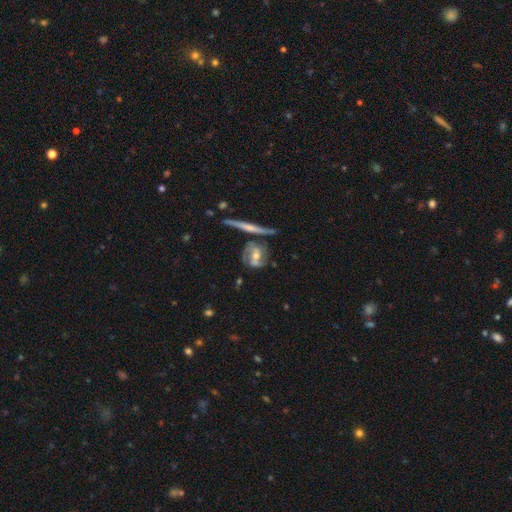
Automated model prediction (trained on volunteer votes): smooth_or_featured: featured or disk (p=0.77) [alt: smooth p=0.16]
disk_edge_on: no (p=0.85) [alt: yes p=0.15]
bar: no (p=0.44) [alt: weak p=0.37]
has_spiral_arms: yes (p=0.87) [alt: no p=0.13]
spiral_winding: medium (p=0.46) [alt: tight p=0.37]
spiral_arm_count: 2 (p=0.69) [alt: can't tell p=0.17]
bulge_size: moderate (p=0.63) [alt: small p=0.28]
merging: none (p=0.56) [alt: merger p=0.18]